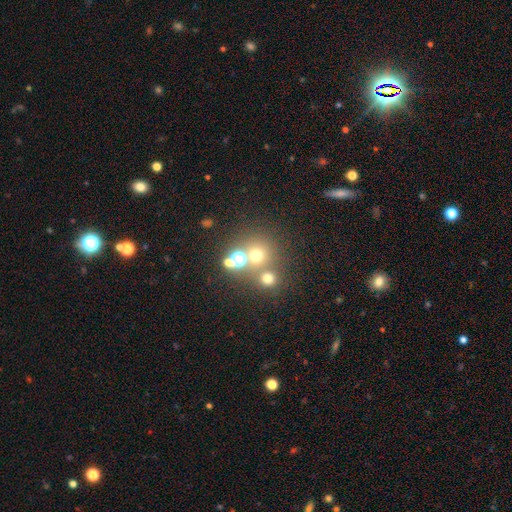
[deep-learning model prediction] Smooth or featured?
  - smooth: 60% *
  - star or artifact: 28%
  - featured or disk: 12%
How rounded?
  - round: 89% *
  - in between: 10%
  - cigar-shaped: 1%
Merging?
  - none: 61% *
  - merger: 27%
  - minor disturbance: 7%
  - major disturbance: 4%